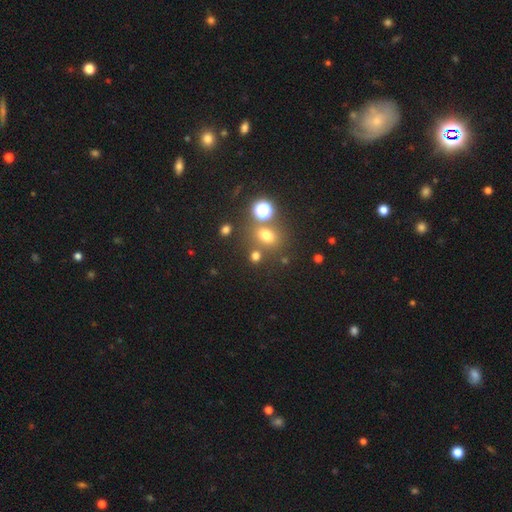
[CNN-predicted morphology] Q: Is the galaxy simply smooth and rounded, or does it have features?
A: smooth — 64%.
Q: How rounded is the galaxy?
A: round — 64%.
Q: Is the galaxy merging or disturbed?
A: none — 70%.